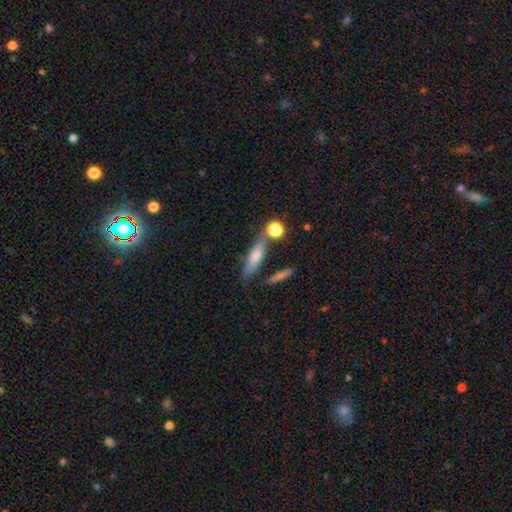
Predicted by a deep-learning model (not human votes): Overall: smooth (55%; featured or disk 34%). How rounded: cigar-shaped (70%). Merging: none (65%).